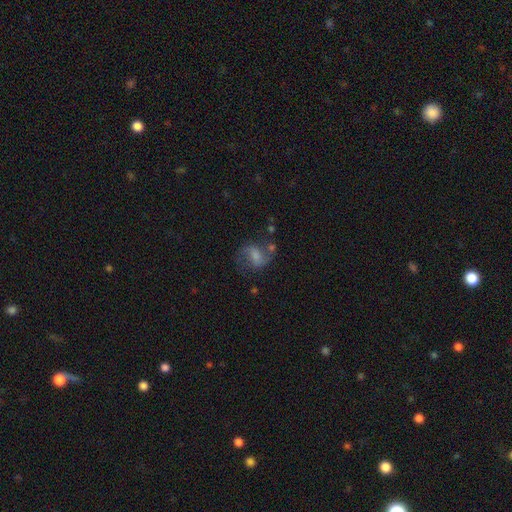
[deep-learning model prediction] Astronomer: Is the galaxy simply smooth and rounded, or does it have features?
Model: featured or disk — 60%.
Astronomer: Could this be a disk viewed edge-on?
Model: no — 97%.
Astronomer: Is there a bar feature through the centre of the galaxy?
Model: weak — 48% (runner-up: no, 30%).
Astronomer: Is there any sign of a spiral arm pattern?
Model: yes — 88%.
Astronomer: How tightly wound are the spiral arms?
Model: loose — 52% (runner-up: medium, 39%).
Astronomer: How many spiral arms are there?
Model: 2 — 88%.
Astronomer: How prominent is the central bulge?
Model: moderate — 32% (runner-up: small, 28%).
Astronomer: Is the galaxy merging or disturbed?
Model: none — 56%.